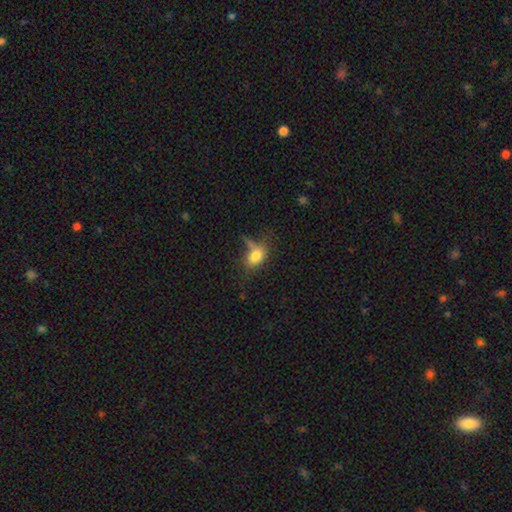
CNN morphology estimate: This appears to be a smooth galaxy with no disk features (76%) that is in between round and cigar-shaped (77%). Merging: none (45%).